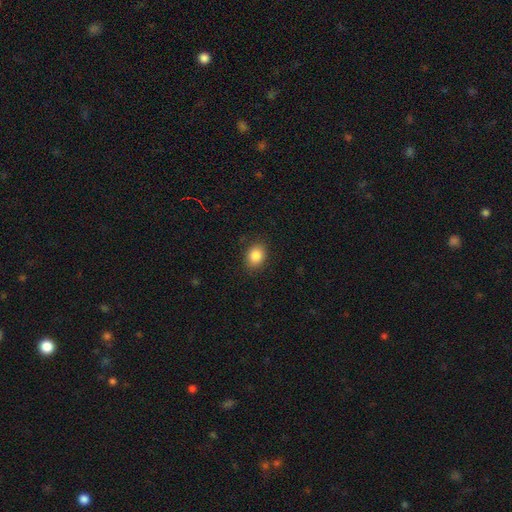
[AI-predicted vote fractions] Overall: smooth (86%). How rounded: in between (61%; round 38%). Merging: none (87%).